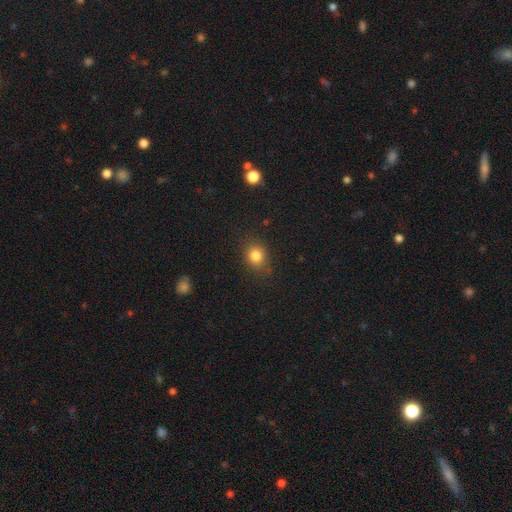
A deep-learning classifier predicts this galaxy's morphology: type=smooth (82%); roundness=round (66%); merging=none (81%).